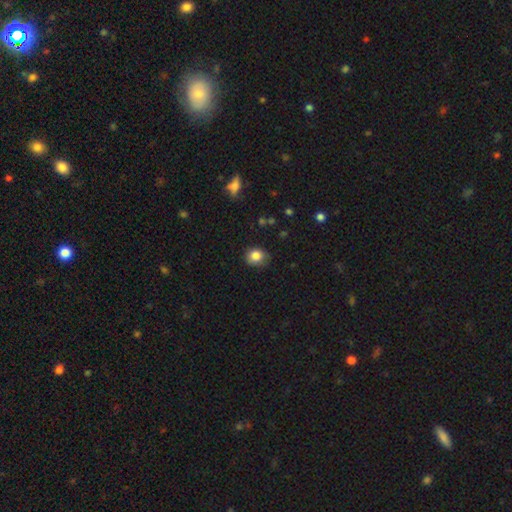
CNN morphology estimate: A smooth galaxy with no disk features (84%) that is round (77%). Merging: none (77%).